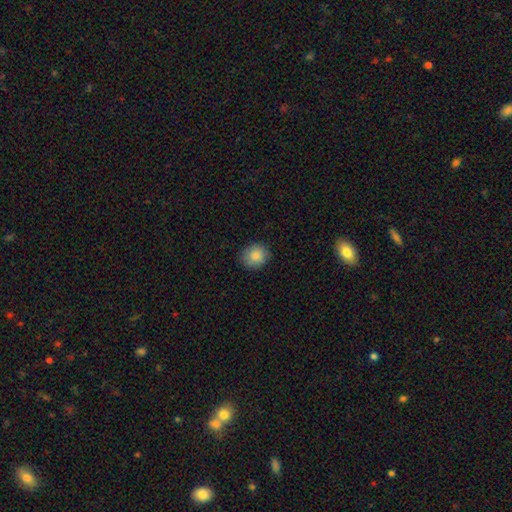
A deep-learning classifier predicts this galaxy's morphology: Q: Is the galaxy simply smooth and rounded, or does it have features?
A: smooth — 85%.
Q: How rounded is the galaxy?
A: round — 77%.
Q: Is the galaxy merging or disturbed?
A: none — 87%.